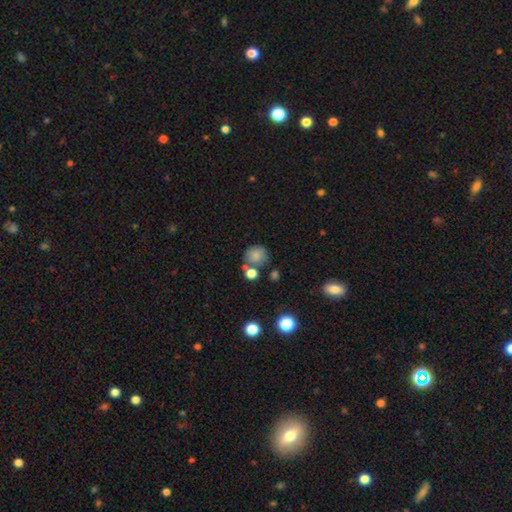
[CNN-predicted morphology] Smooth or featured?
  - smooth: 76% *
  - featured or disk: 13%
  - star or artifact: 11%
How rounded?
  - round: 78% *
  - in between: 21%
  - cigar-shaped: 1%
Merging?
  - none: 54% *
  - merger: 23%
  - minor disturbance: 16%
  - major disturbance: 7%